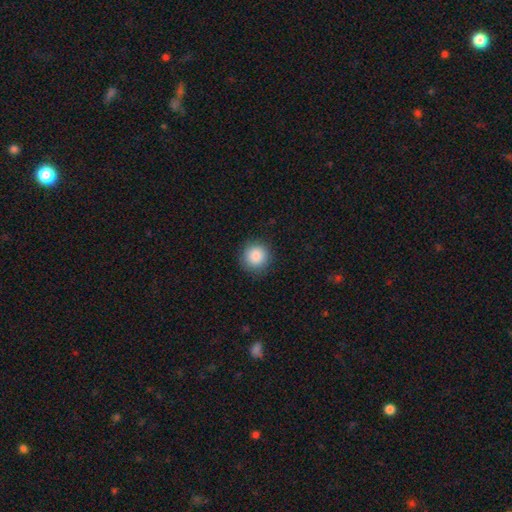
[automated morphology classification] A smooth galaxy with no disk features (87%) that is round (93%).

Vote fractions:
- Smooth or featured? smooth: 87% / star or artifact: 9% / featured or disk: 4%
- How rounded? round: 93% / in between: 6% / cigar-shaped: 1%
- Merging? none: 90% / minor disturbance: 7% / major disturbance: 2% / merger: 1%